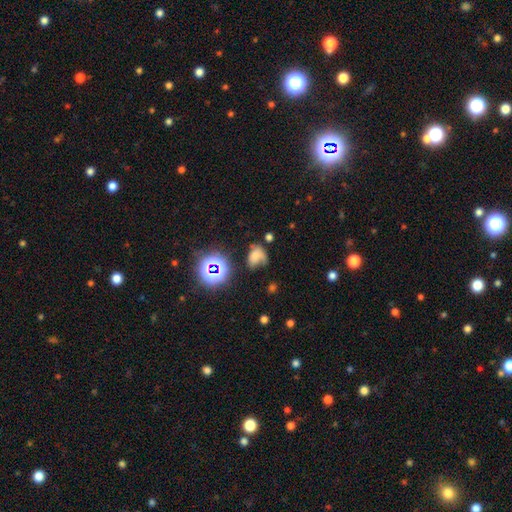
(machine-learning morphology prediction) This is possibly a smooth galaxy (56%). How rounded: likely in between (66%). Merging: marginally none (34%).